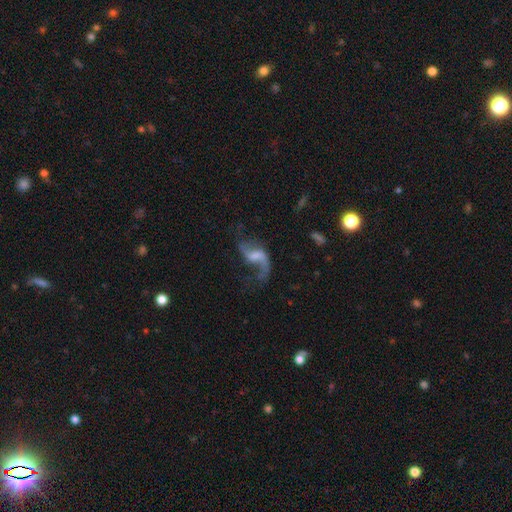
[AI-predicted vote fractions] Smooth or featured? Predicted: featured or disk (p=0.83). Edge-on disk? Predicted: no (p=0.97). Bar? Predicted: weak (p=0.50). Spiral arms? Predicted: yes (p=0.93). Spiral winding? Predicted: loose (p=0.86). Spiral arm count? Predicted: 2 (p=0.78). Bulge size? Predicted: none (p=0.34). Merging? Predicted: none (p=0.53).